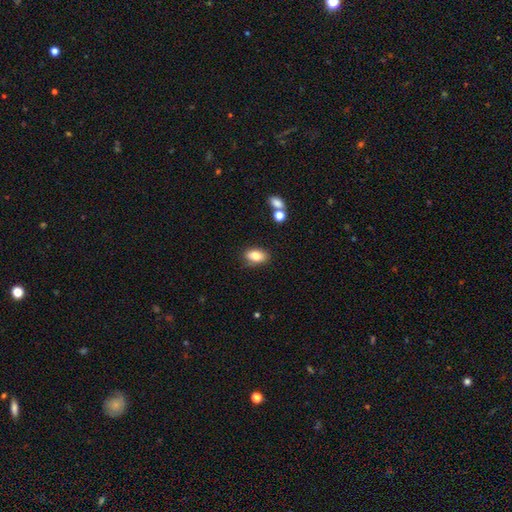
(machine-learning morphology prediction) Overall: smooth (79%). How rounded: in between (86%). Merging: none (82%).